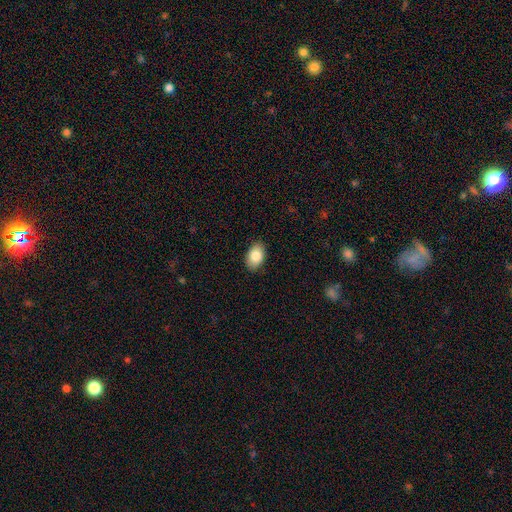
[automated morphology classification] Smooth or featured?
  - smooth: 85% *
  - featured or disk: 8%
  - star or artifact: 7%
How rounded?
  - in between: 89% *
  - round: 9%
  - cigar-shaped: 1%
Merging?
  - none: 88% *
  - minor disturbance: 9%
  - major disturbance: 2%
  - merger: 1%